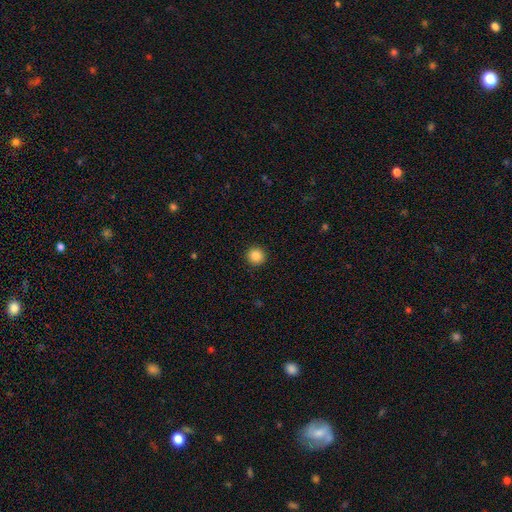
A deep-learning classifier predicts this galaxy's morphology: Smooth or featured? smooth (87%)
How rounded? round (95%)
Merging? none (93%)